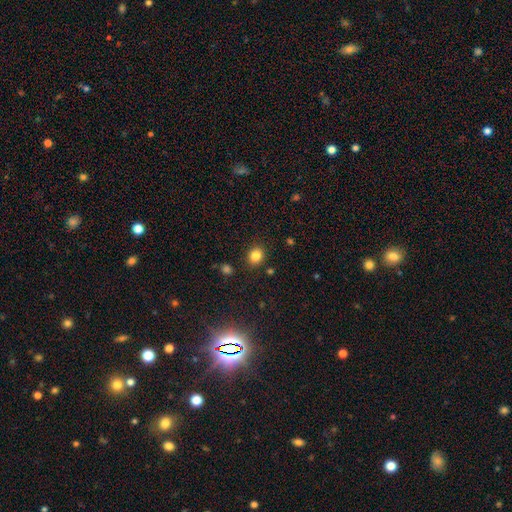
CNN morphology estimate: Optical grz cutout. It shows a smooth galaxy with no disk features (83%) that is round (66%). Merging: none (86%).